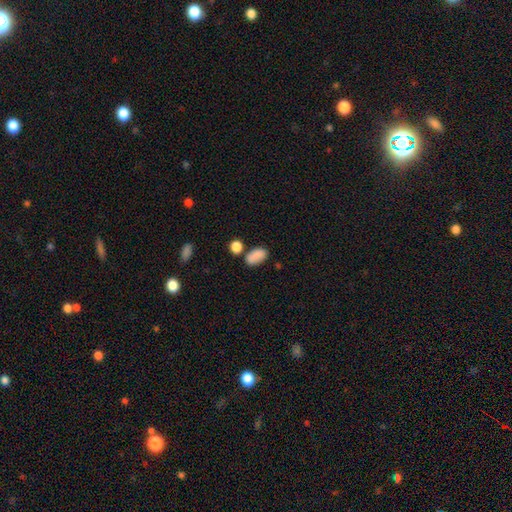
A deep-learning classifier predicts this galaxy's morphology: Smooth or featured? Predicted: smooth (p=0.85). How rounded? Predicted: in between (p=0.91). Merging? Predicted: none (p=0.64).